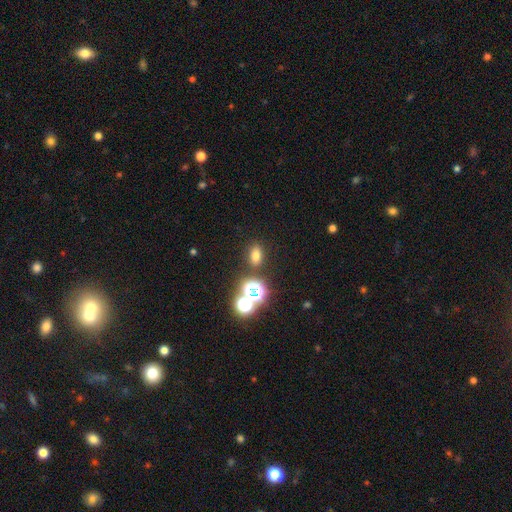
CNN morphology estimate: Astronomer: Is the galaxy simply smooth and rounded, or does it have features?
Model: smooth — 67%.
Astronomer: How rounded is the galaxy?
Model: in between — 69%.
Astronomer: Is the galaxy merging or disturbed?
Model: none — 81%.